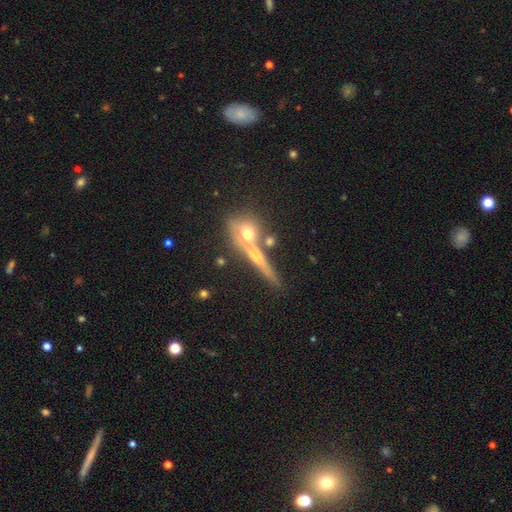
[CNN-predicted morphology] A smooth galaxy with no disk features (52%) that is cigar-shaped (51%). Merging: none (53%).